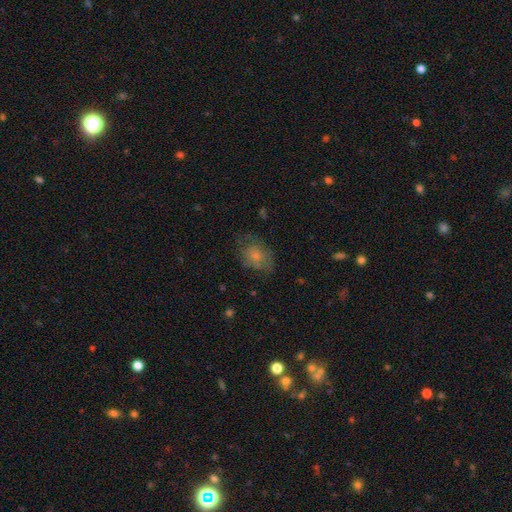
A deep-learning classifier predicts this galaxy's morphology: Smooth or featured?
  - smooth: 68% *
  - featured or disk: 22%
  - star or artifact: 10%
How rounded?
  - in between: 67% *
  - round: 32%
  - cigar-shaped: 1%
Merging?
  - none: 56% *
  - minor disturbance: 26%
  - major disturbance: 17%
  - merger: 2%